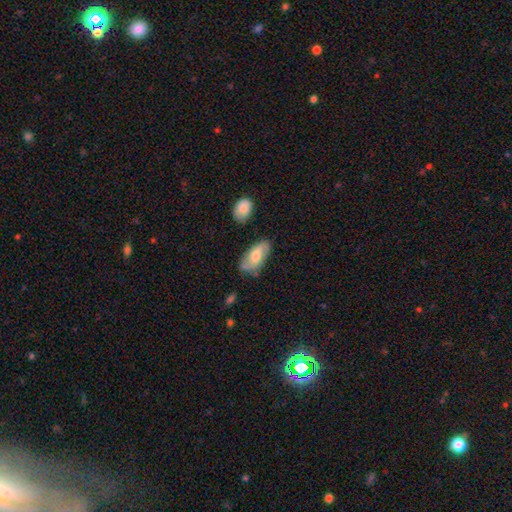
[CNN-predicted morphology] Overall: smooth (57%; featured or disk 37%). How rounded: in between (90%). Merging: none (70%).